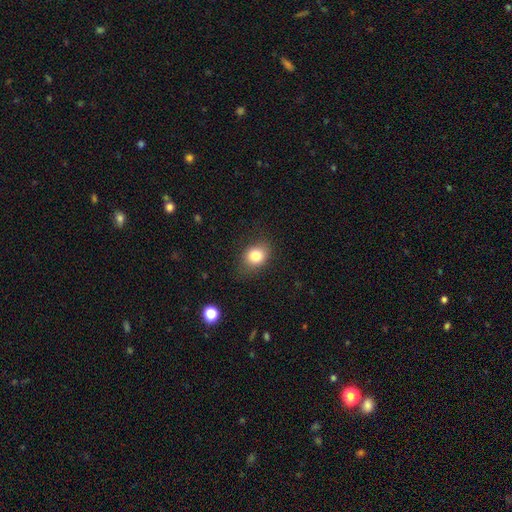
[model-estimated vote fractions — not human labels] Smooth or featured? Predicted: smooth (p=0.81). How rounded? Predicted: round (p=0.50). Merging? Predicted: none (p=0.77).